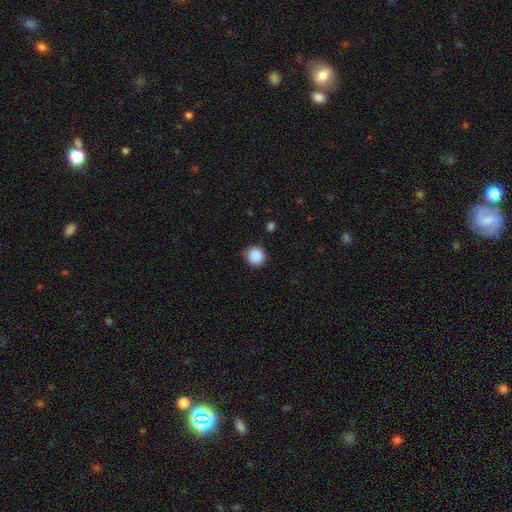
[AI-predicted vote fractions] This is clearly a smooth galaxy (89%). How rounded: clearly round (93%). Merging: clearly none (84%).